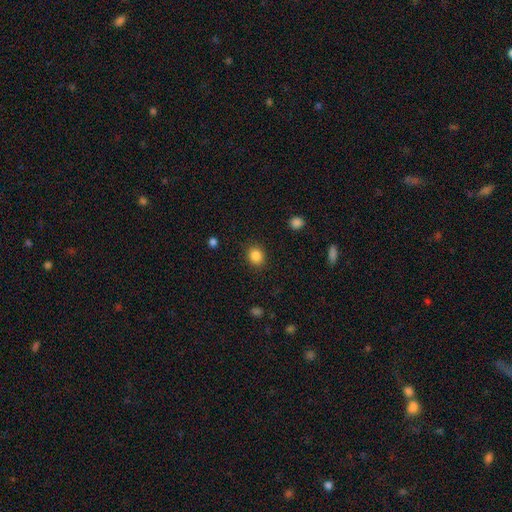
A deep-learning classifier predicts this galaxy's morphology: smooth-or-featured: smooth: 85% | star or artifact: 10% | featured or disk: 4%
  how-rounded: round: 68% | in between: 31% | cigar-shaped: 1%
  merging: none: 88% | minor disturbance: 8% | major disturbance: 3% | merger: 1%